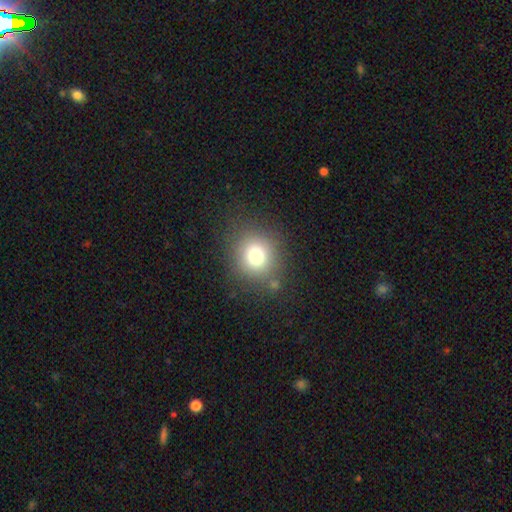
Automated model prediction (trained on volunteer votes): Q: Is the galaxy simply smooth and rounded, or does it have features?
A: smooth — 76%.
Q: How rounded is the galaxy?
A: round — 86%.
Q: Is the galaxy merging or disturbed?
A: none — 82%.